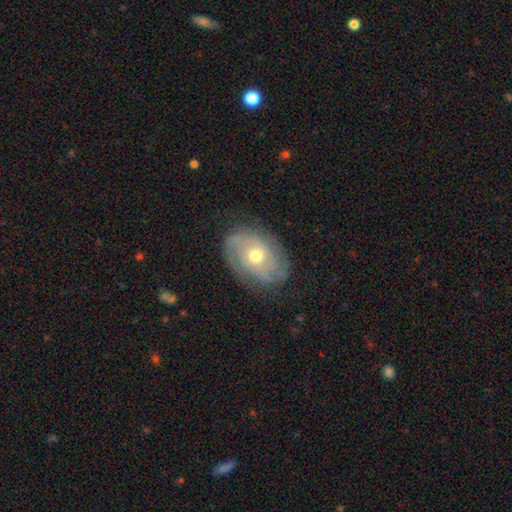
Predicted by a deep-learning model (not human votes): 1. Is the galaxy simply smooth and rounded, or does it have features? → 74% featured or disk, 18% smooth, 8% star or artifact.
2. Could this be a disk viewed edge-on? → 95% no, 5% yes.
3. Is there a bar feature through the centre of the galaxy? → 76% no, 19% weak, 4% strong.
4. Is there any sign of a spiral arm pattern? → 87% yes, 13% no.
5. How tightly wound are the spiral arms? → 58% tight, 30% medium, 12% loose.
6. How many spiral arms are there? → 35% can't tell, 30% 2, 19% 3, 7% 4, 5% 1, 5% more than 4.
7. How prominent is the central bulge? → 66% moderate, 29% small, 3% large, 1% none, 1% dominant.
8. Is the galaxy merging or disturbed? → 79% none, 16% minor disturbance, 5% major disturbance, 1% merger.